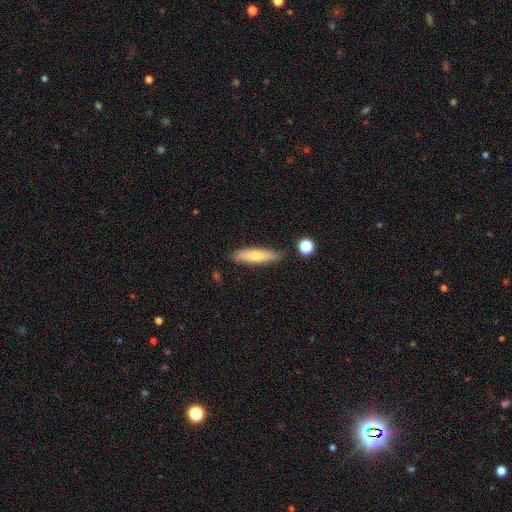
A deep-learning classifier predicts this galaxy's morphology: The model was most divided on "how rounded": cigar-shaped: 70%, in between: 28%, round: 2%. More confident: merging — none (82%); smooth or featured — smooth (68%).